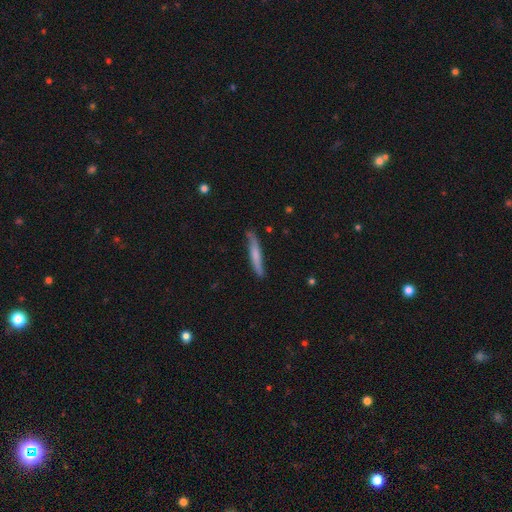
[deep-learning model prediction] This appears to be a smooth galaxy with no disk features (57%) that is cigar-shaped (93%). Merging: none (76%).